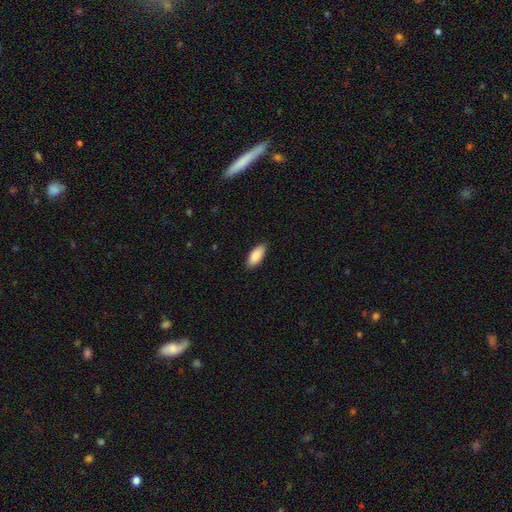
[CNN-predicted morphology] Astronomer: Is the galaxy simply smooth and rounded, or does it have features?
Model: smooth — 89%.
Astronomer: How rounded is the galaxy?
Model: in between — 86%.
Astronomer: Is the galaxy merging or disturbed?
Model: none — 86%.